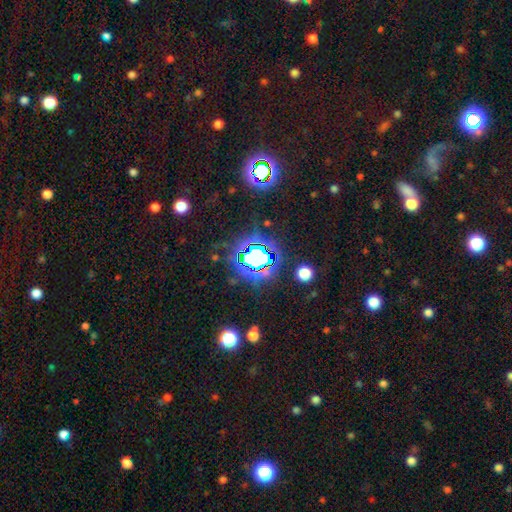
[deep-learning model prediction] This appears to be a star or artifact, not a galaxy (76%).